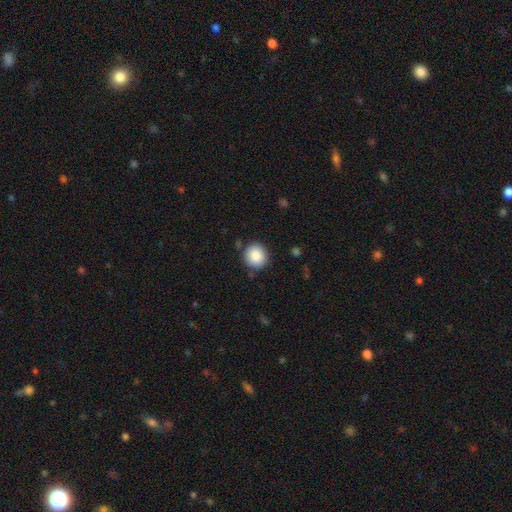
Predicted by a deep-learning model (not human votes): Overall: smooth (88%). How rounded: round (92%). Merging: none (87%).